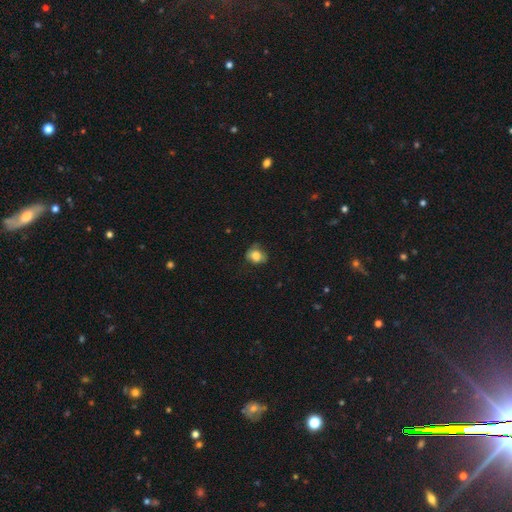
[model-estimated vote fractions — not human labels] The model was most divided on "how rounded": round: 57%, in between: 42%, cigar-shaped: 1%. More confident: smooth or featured — smooth (79%); merging — none (60%).